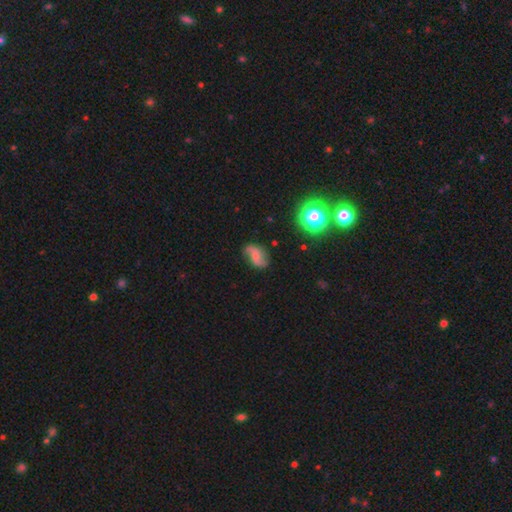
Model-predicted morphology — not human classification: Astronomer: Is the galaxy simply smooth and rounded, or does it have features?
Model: featured or disk — 67%.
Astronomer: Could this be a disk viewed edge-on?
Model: no — 97%.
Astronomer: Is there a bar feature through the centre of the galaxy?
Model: no — 49% (runner-up: weak, 39%).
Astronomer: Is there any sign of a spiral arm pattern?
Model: yes — 93%.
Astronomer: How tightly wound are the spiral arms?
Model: loose — 71%.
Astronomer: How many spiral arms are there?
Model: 2 — 90%.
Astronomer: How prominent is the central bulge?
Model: none — 54%.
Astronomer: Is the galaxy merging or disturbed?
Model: none — 70%.